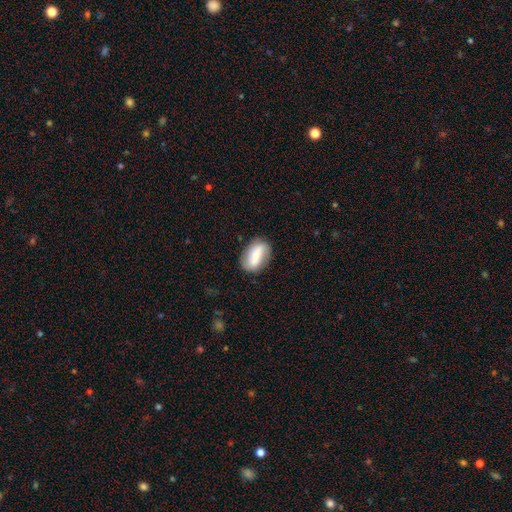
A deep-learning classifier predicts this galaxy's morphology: type=smooth (58%); roundness=in between (85%); merging=none (78%).